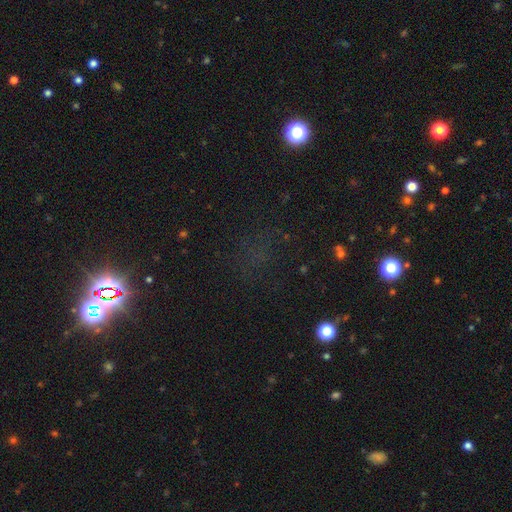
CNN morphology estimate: type=star or artifact (65%).